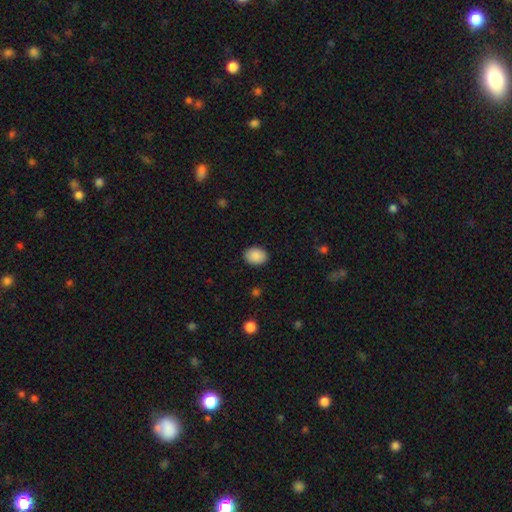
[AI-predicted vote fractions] The model was most divided on "how rounded": in between: 72%, round: 27%, cigar-shaped: 1%. More confident: smooth or featured — smooth (90%); merging — none (89%).